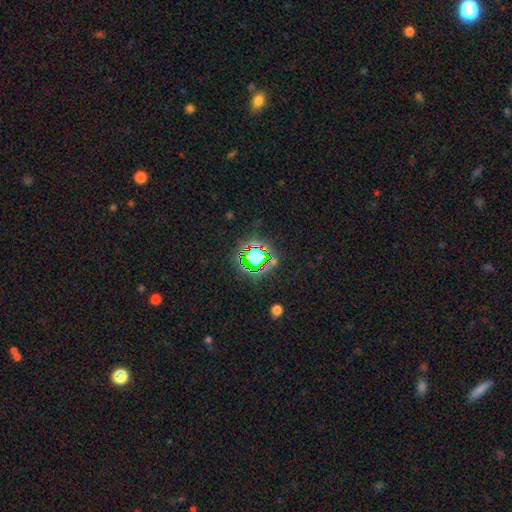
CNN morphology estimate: Overall: star or artifact (68%).